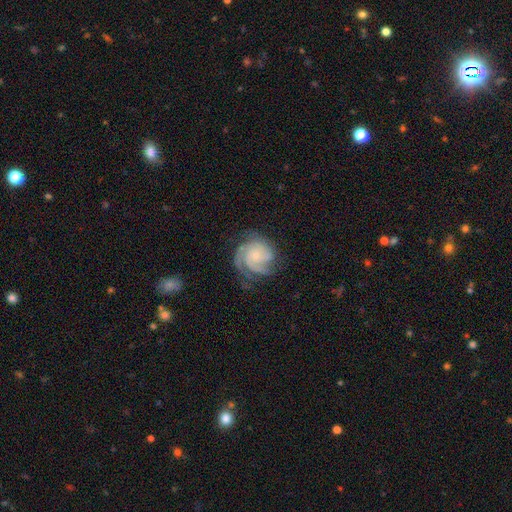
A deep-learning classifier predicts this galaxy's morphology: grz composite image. It shows a featured or disk galaxy (86%) with no bar (75%), 3 (51%) tight (60%) spiral arms (98%) and a small central bulge (68%). Merging: none (69%).